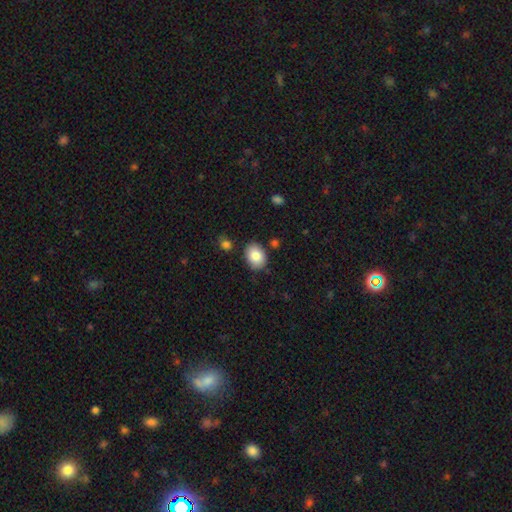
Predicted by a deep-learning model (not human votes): This appears to be a smooth galaxy with no disk features (84%) that is in between round and cigar-shaped (72%). Merging: none (83%).